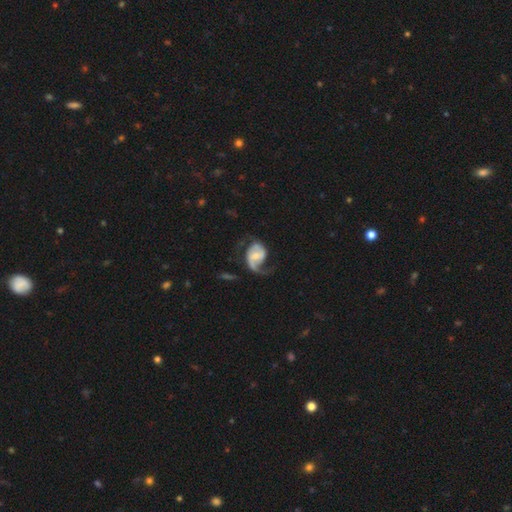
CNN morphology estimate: Smooth or featured? Predicted: featured or disk (p=0.77). Edge-on disk? Predicted: no (p=0.98). Bar? Predicted: weak (p=0.43). Spiral arms? Predicted: yes (p=0.92). Spiral winding? Predicted: loose (p=0.44). Spiral arm count? Predicted: 2 (p=0.63). Bulge size? Predicted: small (p=0.38). Merging? Predicted: none (p=0.44).